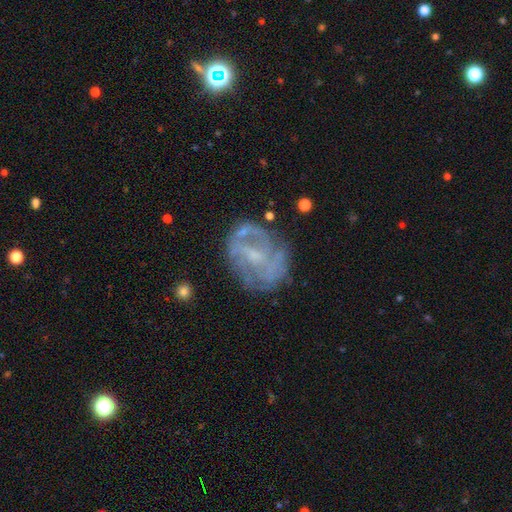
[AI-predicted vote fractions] smooth_or_featured: featured or disk (p=0.73) [alt: smooth p=0.18]
disk_edge_on: no (p=0.97) [alt: yes p=0.03]
bar: weak (p=0.45) [alt: no p=0.40]
has_spiral_arms: yes (p=0.62) [alt: no p=0.38]
bulge_size: small (p=0.52) [alt: moderate p=0.26]
merging: none (p=0.63) [alt: minor disturbance p=0.20]